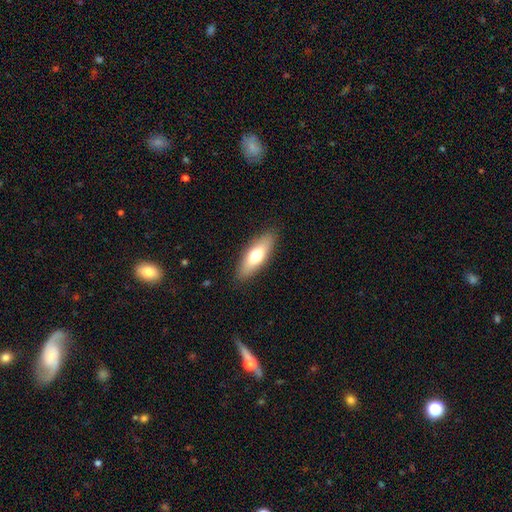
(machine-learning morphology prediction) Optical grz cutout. It shows a smooth galaxy with no disk features (65%) that is in between round and cigar-shaped (60%). Merging: none (87%).